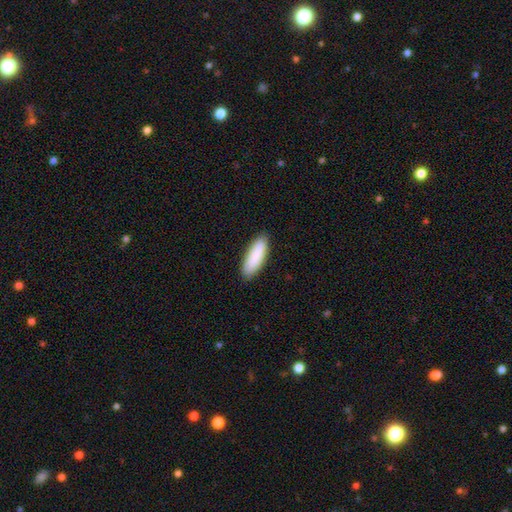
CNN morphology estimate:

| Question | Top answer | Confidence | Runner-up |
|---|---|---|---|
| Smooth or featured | smooth | 89% | featured or disk (6%) |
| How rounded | in between | 53% | cigar-shaped (46%) |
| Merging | none | 88% | minor disturbance (9%) |